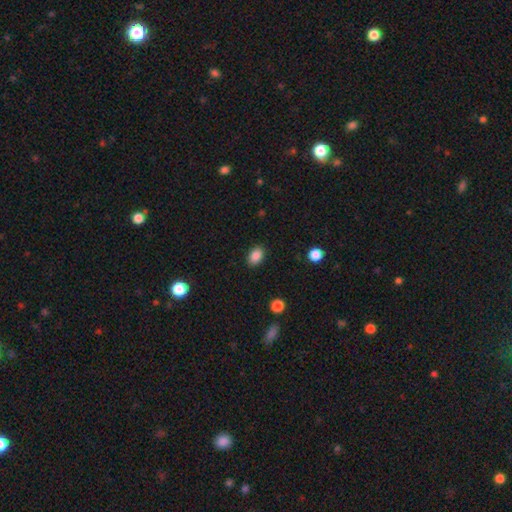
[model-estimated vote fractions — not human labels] smooth 87%, star or artifact 9%, featured or disk 4%. Down the decision tree: how rounded — in between (80%); merging — none (88%).